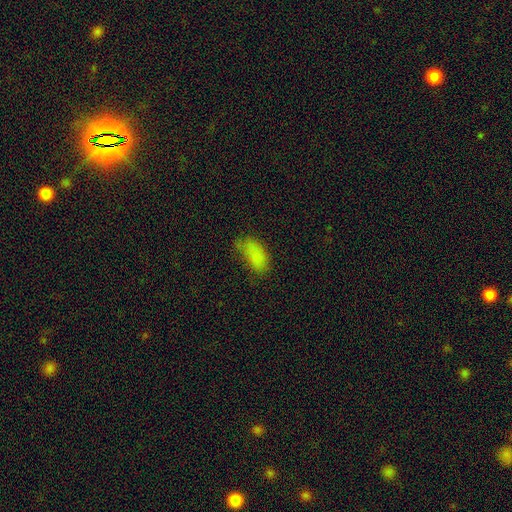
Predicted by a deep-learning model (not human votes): smooth_or_featured: smooth (p=0.80) [alt: star or artifact p=0.11]
how_rounded: in between (p=0.91) [alt: cigar-shaped p=0.05]
merging: none (p=0.49) [alt: minor disturbance p=0.31]